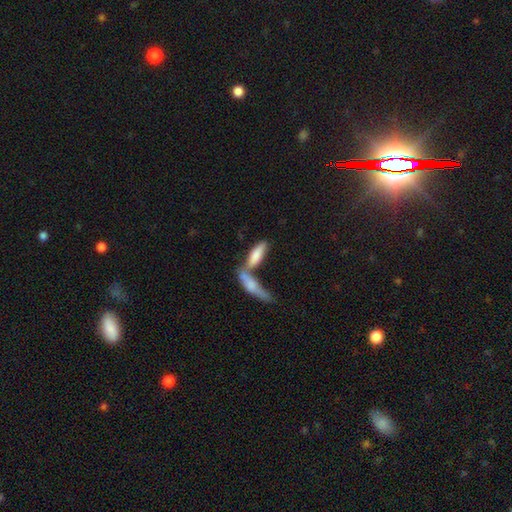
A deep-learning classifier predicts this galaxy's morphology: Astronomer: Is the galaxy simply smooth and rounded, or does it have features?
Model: smooth — 71%.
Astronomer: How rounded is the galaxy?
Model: cigar-shaped — 49%, tied with in between at 49%.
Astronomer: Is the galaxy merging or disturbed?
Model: merger — 55%.